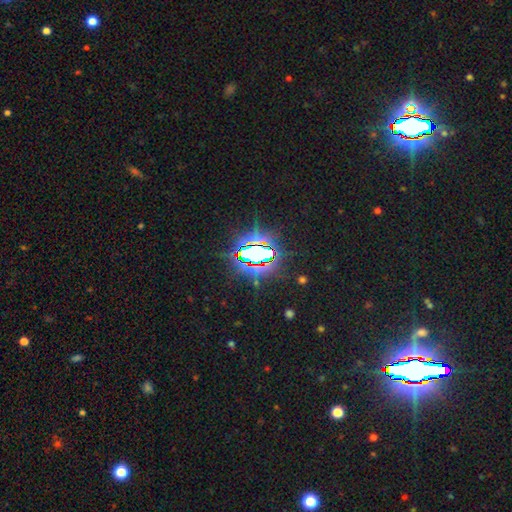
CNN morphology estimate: Smooth or featured? star or artifact (77%)